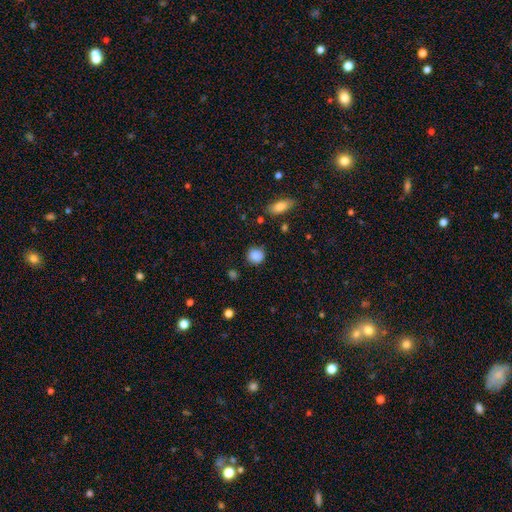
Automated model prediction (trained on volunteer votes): This appears to be a smooth galaxy with no disk features (87%) that is round (87%). Merging: none (84%).